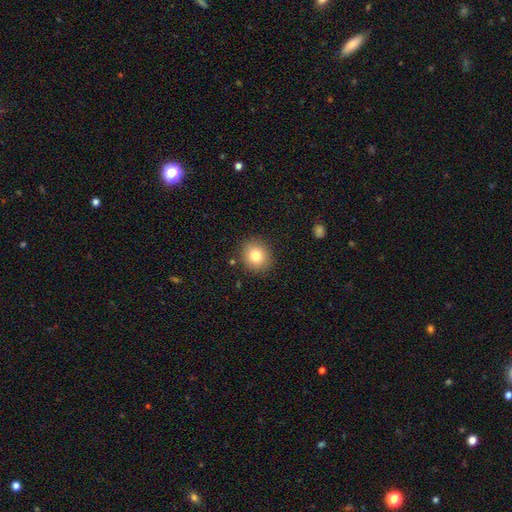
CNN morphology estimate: smooth-or-featured: smooth: 80% | star or artifact: 10% | featured or disk: 9%
  how-rounded: round: 80% | in between: 19% | cigar-shaped: 1%
  merging: none: 87% | minor disturbance: 8% | major disturbance: 3% | merger: 2%